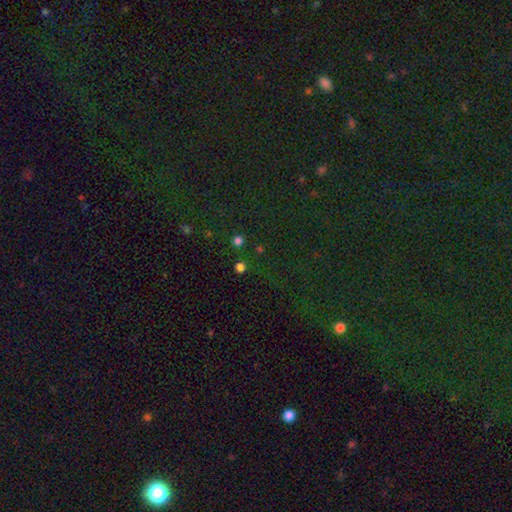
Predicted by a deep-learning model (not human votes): Morphology: type=star or artifact (74%).